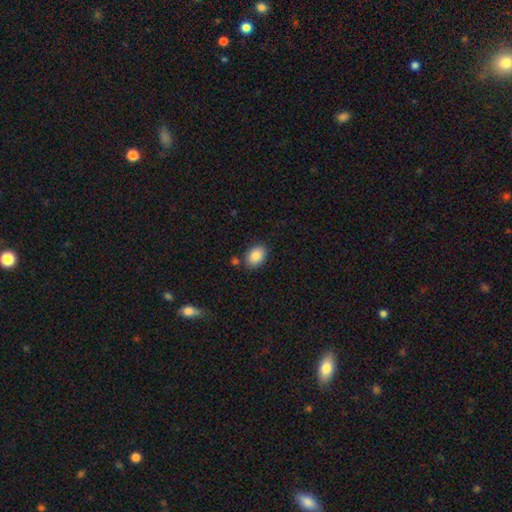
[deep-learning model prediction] Smooth or featured: smooth — 86% (star or artifact — 7%)
How rounded: in between — 80% (round — 19%)
Merging: none — 81% (minor disturbance — 11%)